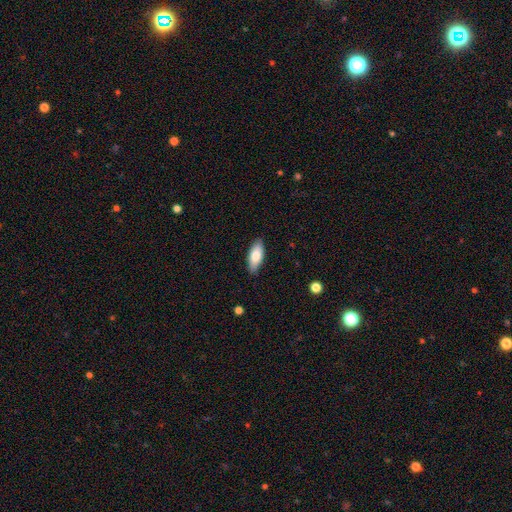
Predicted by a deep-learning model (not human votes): Smooth or featured: smooth — 80% (featured or disk — 14%)
How rounded: in between — 81% (cigar-shaped — 17%)
Merging: none — 87% (minor disturbance — 11%)